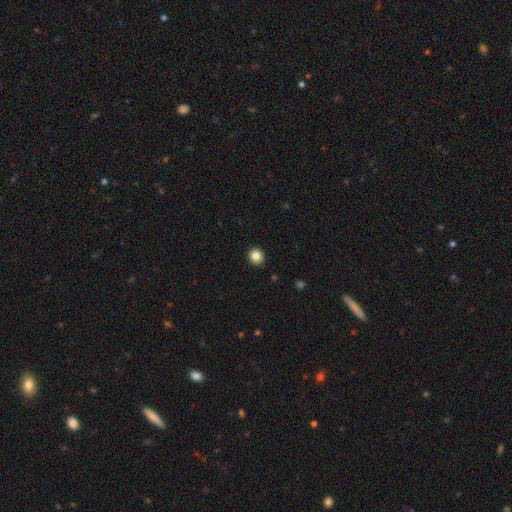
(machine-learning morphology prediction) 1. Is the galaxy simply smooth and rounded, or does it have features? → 84% smooth, 10% star or artifact, 6% featured or disk.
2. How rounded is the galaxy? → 91% round, 8% in between, 1% cigar-shaped.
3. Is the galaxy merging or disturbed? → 93% none, 5% minor disturbance, 1% major disturbance, 1% merger.